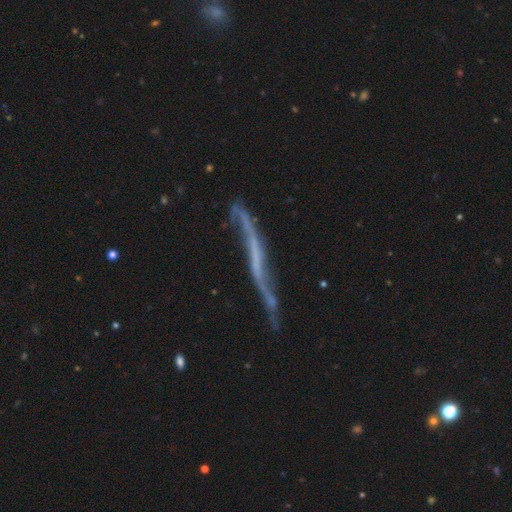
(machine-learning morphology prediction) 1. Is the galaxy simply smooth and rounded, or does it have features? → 74% featured or disk, 16% smooth, 10% star or artifact.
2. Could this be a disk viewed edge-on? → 57% yes, 43% no.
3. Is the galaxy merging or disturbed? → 47% none, 25% minor disturbance, 21% major disturbance, 7% merger.